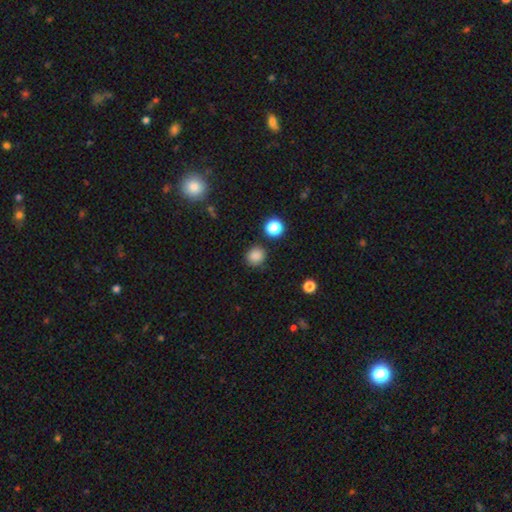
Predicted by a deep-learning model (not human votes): Smooth or featured? Predicted: smooth (p=0.84). How rounded? Predicted: round (p=0.86). Merging? Predicted: none (p=0.84).